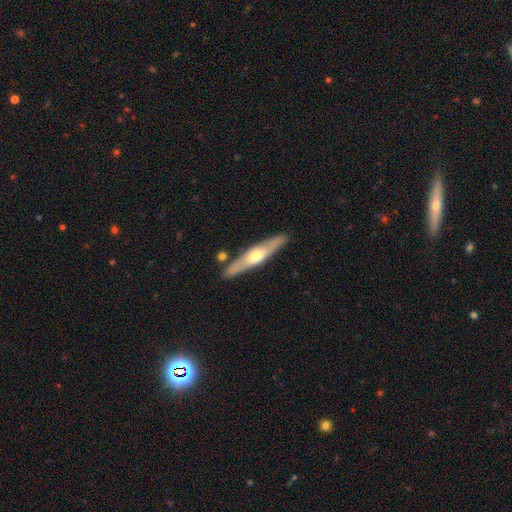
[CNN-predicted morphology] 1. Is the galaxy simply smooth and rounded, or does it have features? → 57% featured or disk, 38% smooth, 5% star or artifact.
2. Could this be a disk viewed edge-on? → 87% yes, 13% no.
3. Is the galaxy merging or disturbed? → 85% none, 9% minor disturbance, 4% merger, 2% major disturbance.